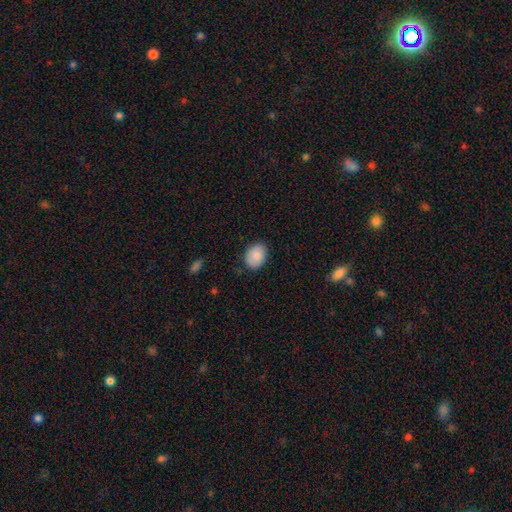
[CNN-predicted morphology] This is clearly a smooth galaxy (88%). How rounded: likely in between (71%). Merging: clearly none (84%).